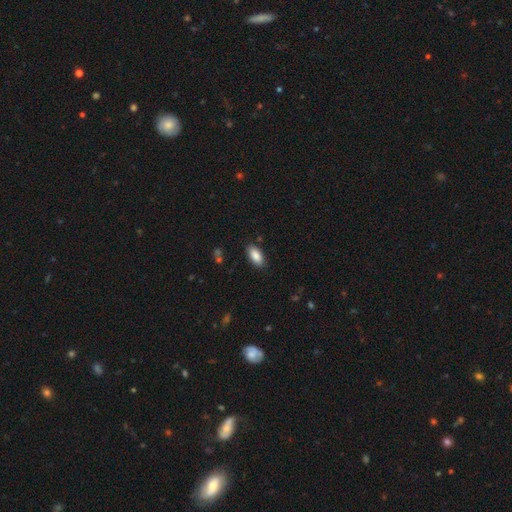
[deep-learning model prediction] This appears to be a smooth galaxy with no disk features (88%) that is in between round and cigar-shaped (91%). Merging: none (87%).